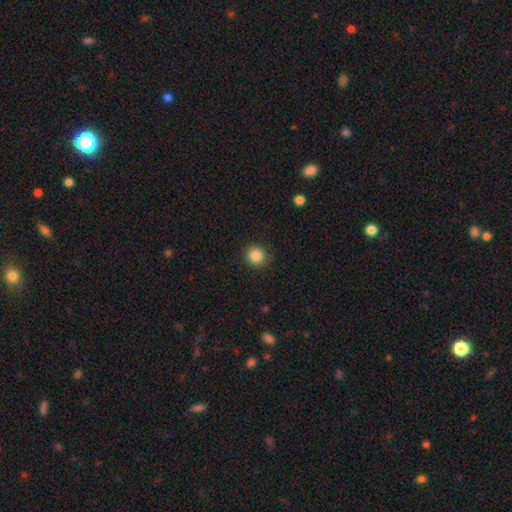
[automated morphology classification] Smooth or featured? smooth (87%)
How rounded? round (88%)
Merging? none (89%)